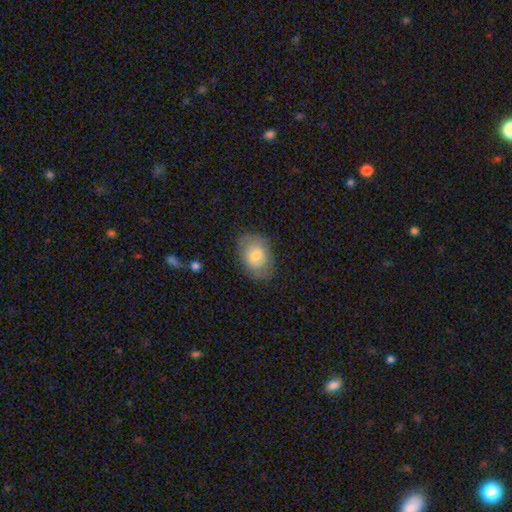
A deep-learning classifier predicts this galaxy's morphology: Smooth or featured? smooth (70%)
How rounded? in between (69%)
Merging? none (73%)